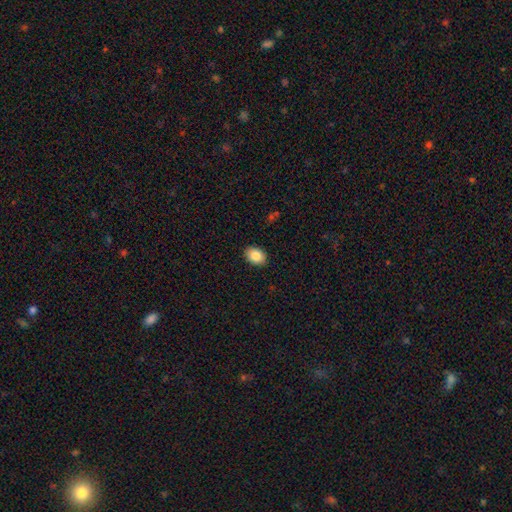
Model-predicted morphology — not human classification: This appears to be a smooth galaxy with no disk features (86%) that is in between round and cigar-shaped (67%). Merging: none (89%).